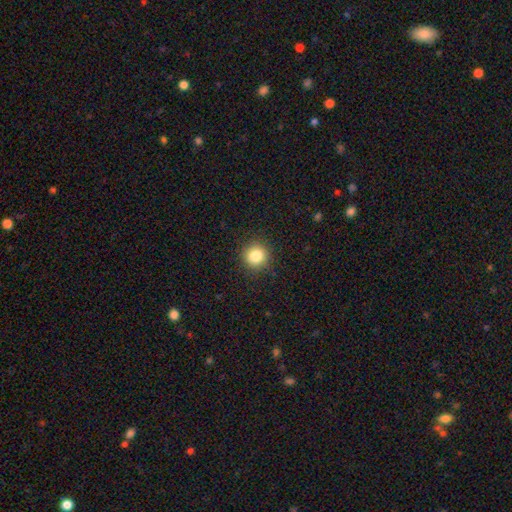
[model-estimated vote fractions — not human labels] Q: Smooth or featured?
A: smooth (83%); runner-up: star or artifact (11%)
Q: How rounded?
A: round (92%); runner-up: in between (7%)
Q: Merging?
A: none (90%); runner-up: minor disturbance (7%)